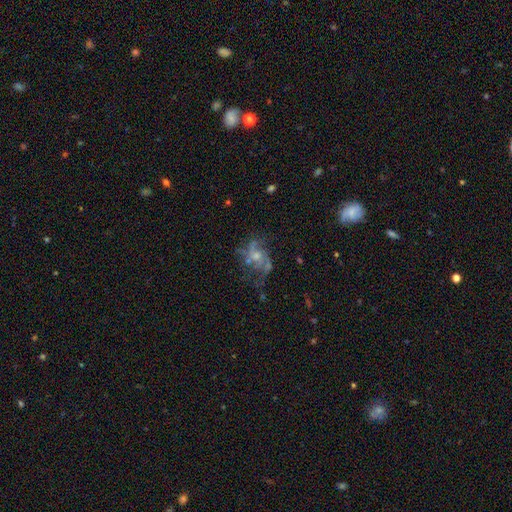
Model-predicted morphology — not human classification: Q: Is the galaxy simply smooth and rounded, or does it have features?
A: featured or disk — 70%.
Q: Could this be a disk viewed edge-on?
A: no — 96%.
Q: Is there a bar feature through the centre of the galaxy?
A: no — 70%.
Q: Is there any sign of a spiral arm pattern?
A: yes — 79%.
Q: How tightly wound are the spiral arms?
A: loose — 45%.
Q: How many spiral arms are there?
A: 2 — 47%.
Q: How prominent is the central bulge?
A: small — 47%.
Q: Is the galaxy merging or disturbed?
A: none — 53%.